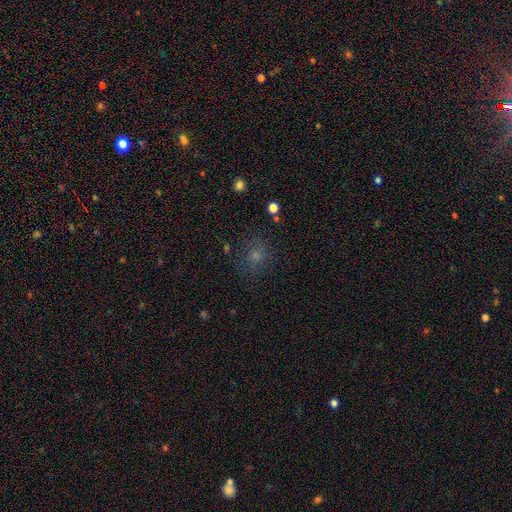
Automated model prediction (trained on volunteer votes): Overall: smooth (56%; star or artifact 26%). How rounded: round (71%). Merging: none (70%).